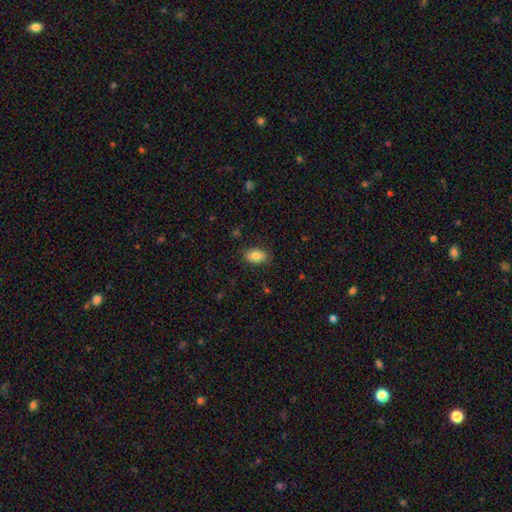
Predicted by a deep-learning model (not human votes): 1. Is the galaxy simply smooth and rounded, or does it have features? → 83% smooth, 9% featured or disk, 8% star or artifact.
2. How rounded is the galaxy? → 88% in between, 11% round, 1% cigar-shaped.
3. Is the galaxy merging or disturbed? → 85% none, 11% minor disturbance, 3% major disturbance, 1% merger.